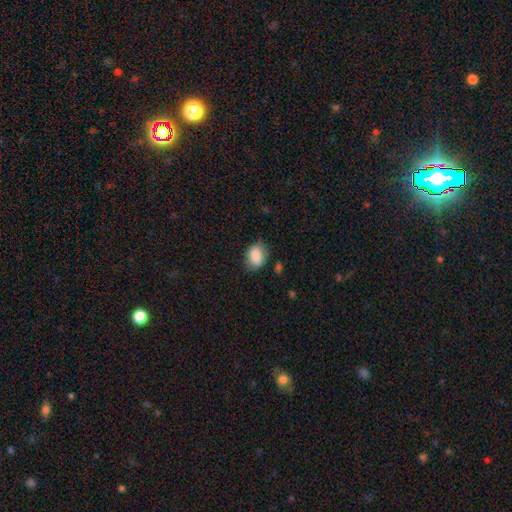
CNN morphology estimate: Overall: smooth (85%). How rounded: in between (69%; round 30%). Merging: none (75%).